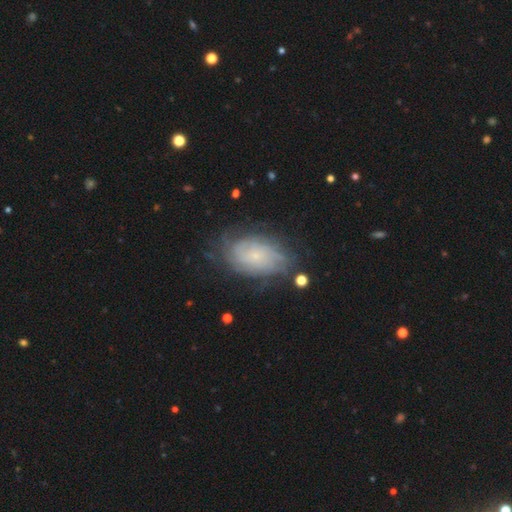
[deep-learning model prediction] featured or disk 63%, smooth 28%, star or artifact 9%. Down the decision tree: edge-on disk — no (96%); bar — no (79%); spiral arms — yes (85%); spiral arm count — can't tell (57%); spiral winding — tight (62%); bulge size — small (80%); merging — none (68%).